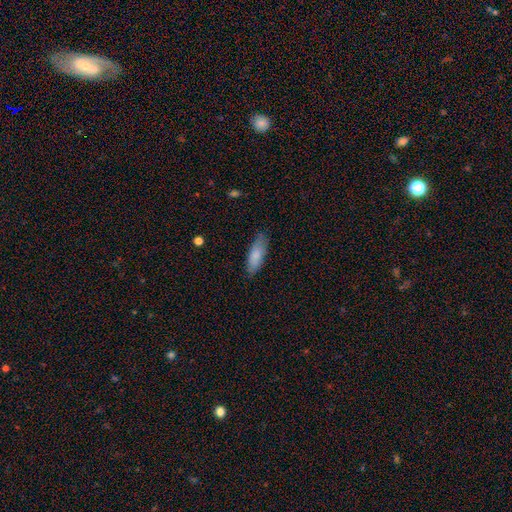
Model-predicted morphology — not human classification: A smooth galaxy with no disk features (81%) that is in between round and cigar-shaped (63%).

Vote fractions:
- Smooth or featured? smooth: 81% / featured or disk: 14% / star or artifact: 6%
- How rounded? in between: 63% / cigar-shaped: 36% / round: 2%
- Merging? none: 79% / minor disturbance: 16% / major disturbance: 3% / merger: 1%